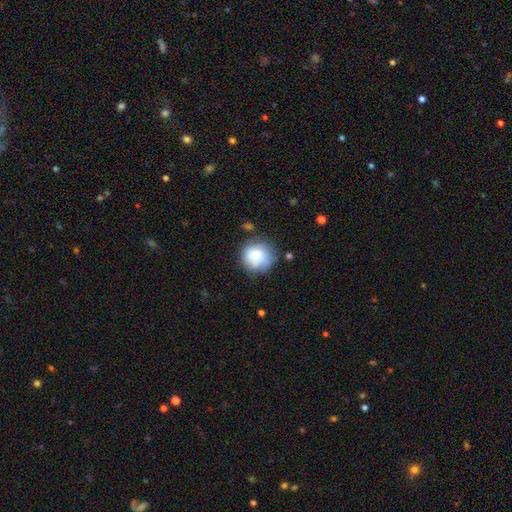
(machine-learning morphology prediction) This is likely a smooth galaxy (75%). How rounded: clearly round (88%). Merging: likely none (67%).